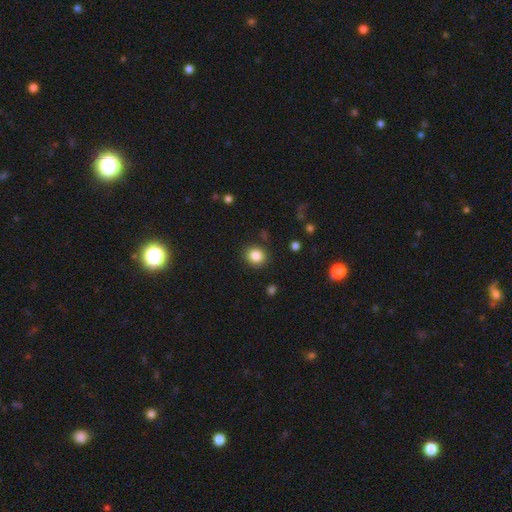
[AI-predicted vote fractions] smooth_or_featured: smooth (p=0.85) [alt: star or artifact p=0.10]
how_rounded: round (p=0.85) [alt: in between p=0.14]
merging: none (p=0.89) [alt: minor disturbance p=0.07]